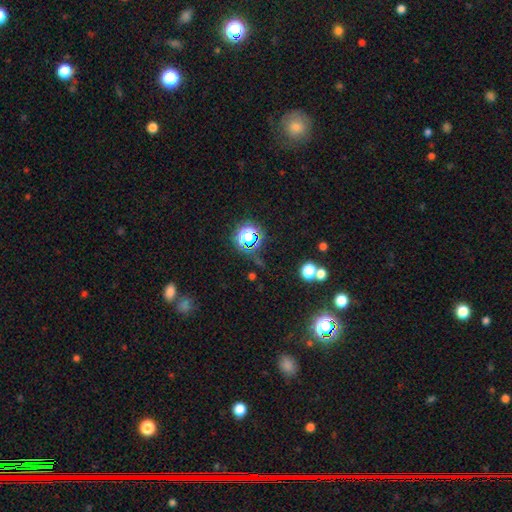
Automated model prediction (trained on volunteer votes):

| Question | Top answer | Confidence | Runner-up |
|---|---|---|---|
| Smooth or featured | star or artifact | 69% | smooth (21%) |